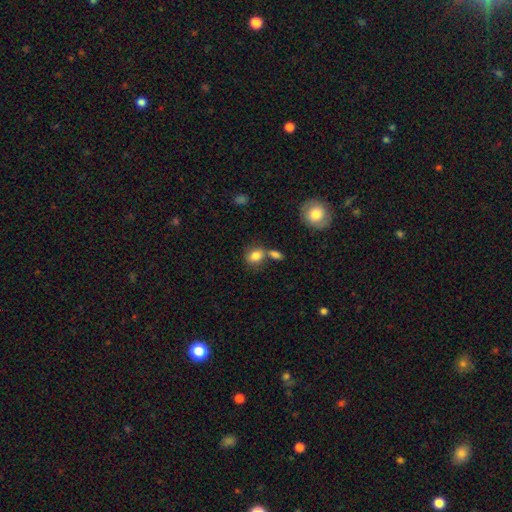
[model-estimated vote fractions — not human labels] Smooth or featured? smooth (83%)
How rounded? in between (63%)
Merging? none (50%)